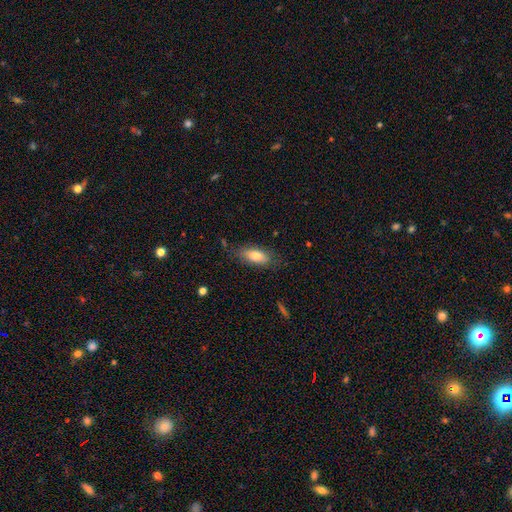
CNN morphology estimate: Smooth or featured? Predicted: smooth (p=0.76). How rounded? Predicted: in between (p=0.82). Merging? Predicted: none (p=0.75).